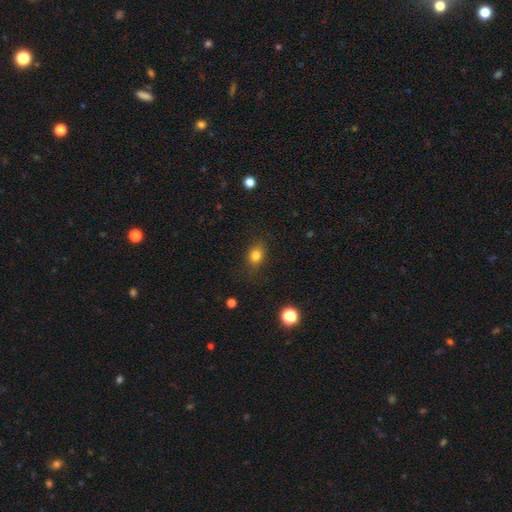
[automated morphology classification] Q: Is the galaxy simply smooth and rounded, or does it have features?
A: smooth — 81%.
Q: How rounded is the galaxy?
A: in between — 53%.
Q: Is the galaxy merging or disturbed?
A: none — 82%.